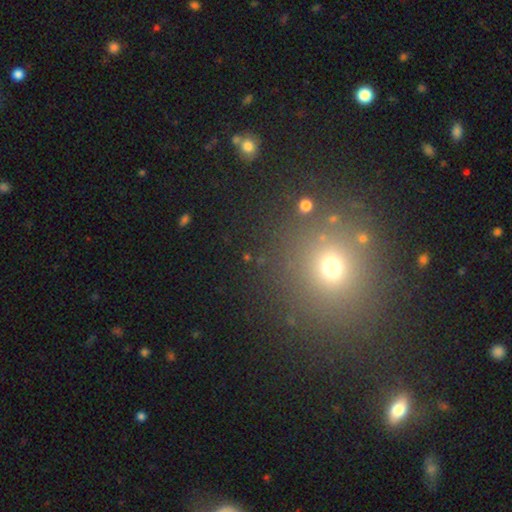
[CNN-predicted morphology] Smooth or featured?
  - smooth: 56% *
  - star or artifact: 35%
  - featured or disk: 10%
How rounded?
  - round: 84% *
  - in between: 14%
  - cigar-shaped: 1%
Merging?
  - none: 86% *
  - minor disturbance: 7%
  - merger: 4%
  - major disturbance: 3%